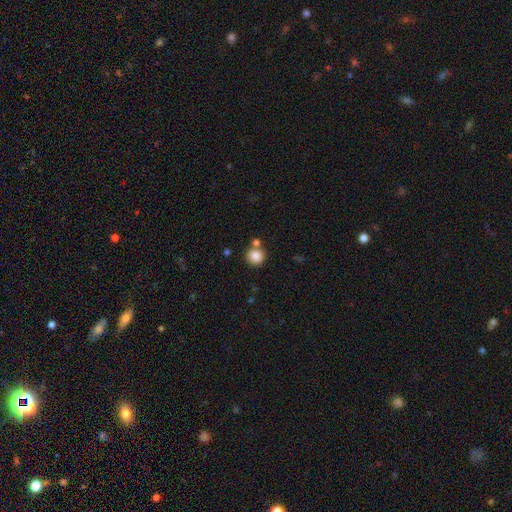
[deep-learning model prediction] Smooth or featured? Predicted: smooth (p=0.86). How rounded? Predicted: round (p=0.92). Merging? Predicted: none (p=0.71).